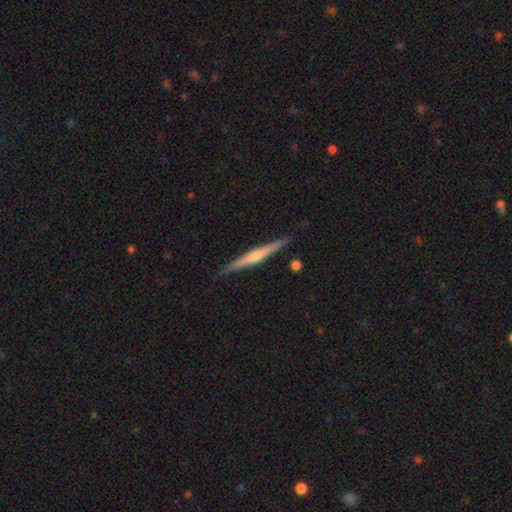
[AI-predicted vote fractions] Smooth or featured?
  - featured or disk: 78% *
  - smooth: 17%
  - star or artifact: 6%
Edge-on disk?
  - yes: 98% *
  - no: 2%
Edge-on bulge?
  - rounded: 79% *
  - none: 12%
  - boxy: 9%
Merging?
  - none: 91% *
  - minor disturbance: 6%
  - major disturbance: 1%
  - merger: 1%